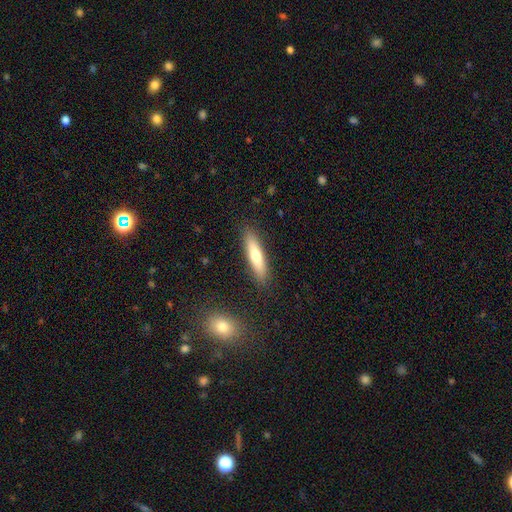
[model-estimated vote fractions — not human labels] This appears to be a smooth galaxy with no disk features (65%) that is cigar-shaped (79%). Merging: none (88%).